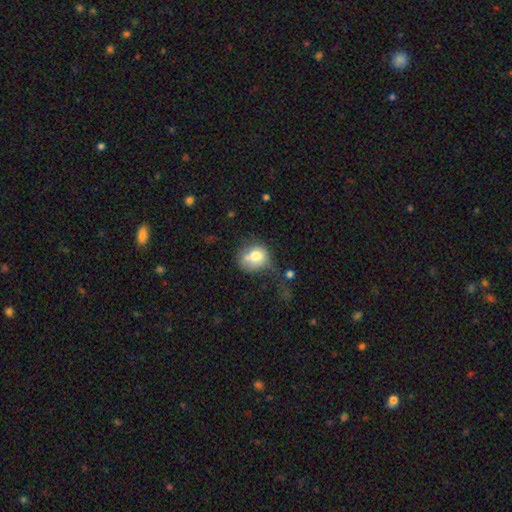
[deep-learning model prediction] The model was most divided on "merging": none: 33%, minor disturbance: 26%, major disturbance: 23%, merger: 18%. More confident: smooth or featured — smooth (71%); how rounded — round (66%).